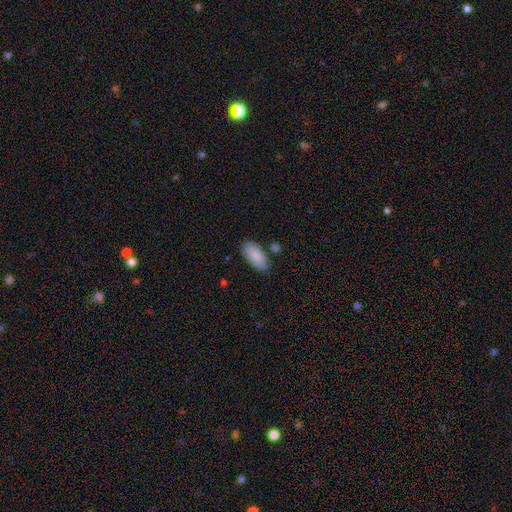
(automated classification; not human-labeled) The model was most divided on "merging": none: 78%, minor disturbance: 14%, merger: 5%, major disturbance: 3%. More confident: how rounded — in between (92%); smooth or featured — smooth (86%).